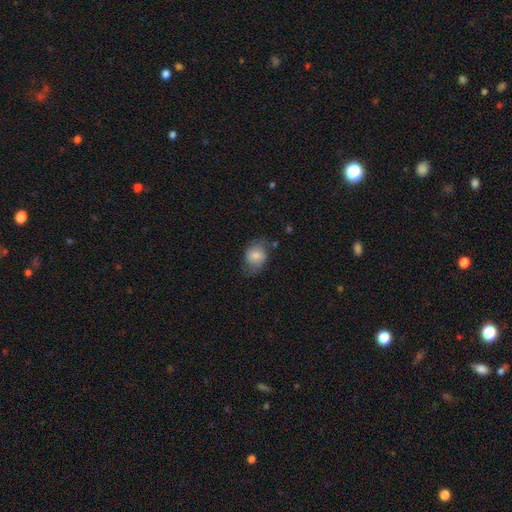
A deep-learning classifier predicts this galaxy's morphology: Q: Smooth or featured?
A: smooth (73%); runner-up: featured or disk (19%)
Q: How rounded?
A: in between (60%); runner-up: round (39%)
Q: Merging?
A: none (59%); runner-up: minor disturbance (28%)